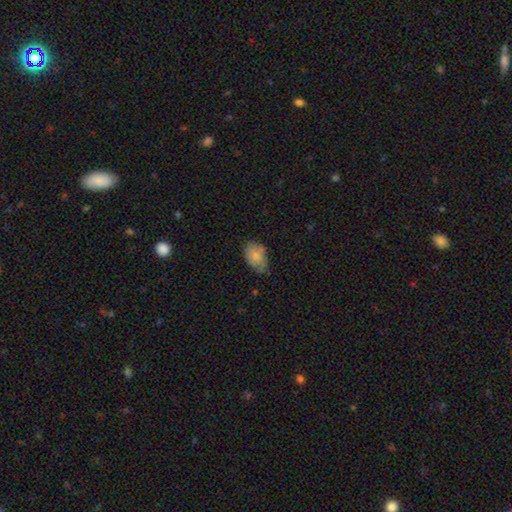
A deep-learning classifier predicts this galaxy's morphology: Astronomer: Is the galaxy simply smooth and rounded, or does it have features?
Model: smooth — 75%.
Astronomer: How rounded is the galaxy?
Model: in between — 86%.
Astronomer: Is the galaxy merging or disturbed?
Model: none — 60%.